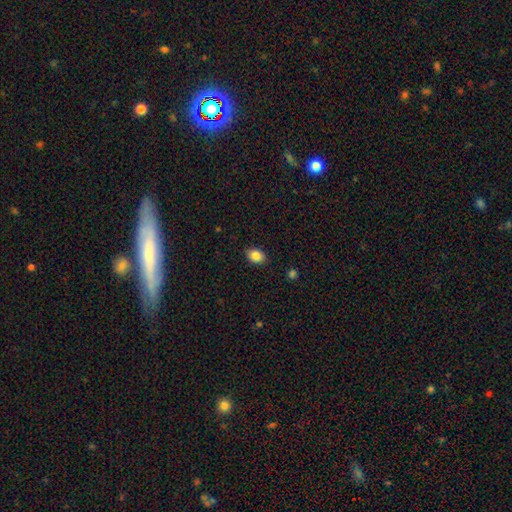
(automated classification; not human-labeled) This is clearly a smooth galaxy (85%). How rounded: likely in between (76%). Merging: clearly none (89%).